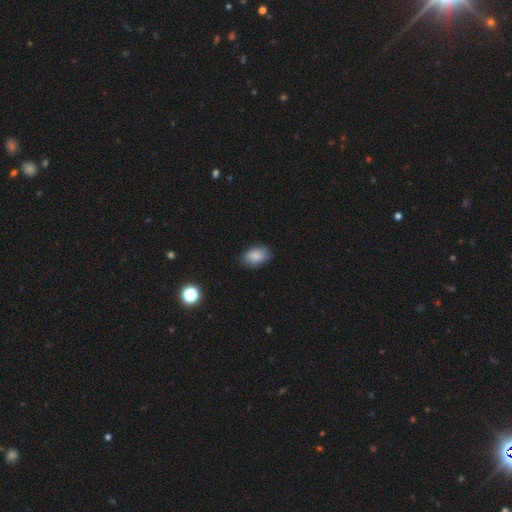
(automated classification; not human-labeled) This is clearly a smooth galaxy (87%). How rounded: clearly in between (87%). Merging: clearly none (83%).